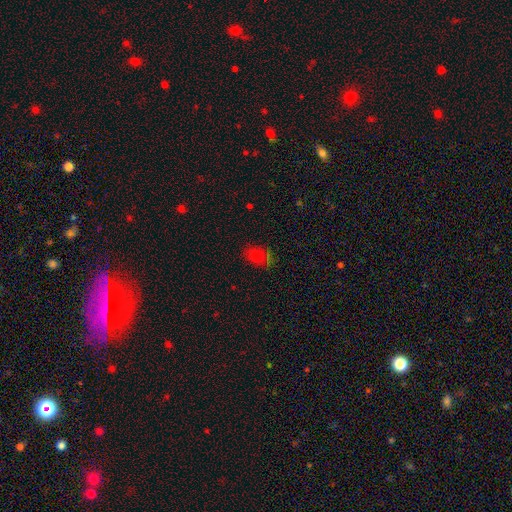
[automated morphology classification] A smooth galaxy with no disk features (72%) that is in between round and cigar-shaped (75%).

Vote fractions:
- Smooth or featured? smooth: 72% / star or artifact: 18% / featured or disk: 10%
- How rounded? in between: 75% / round: 23% / cigar-shaped: 2%
- Merging? none: 69% / minor disturbance: 22% / major disturbance: 7% / merger: 2%